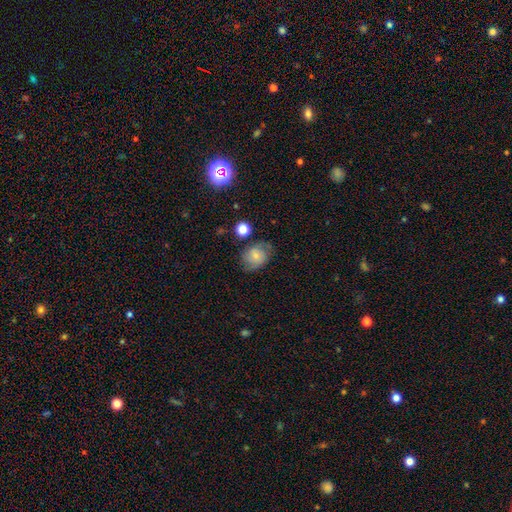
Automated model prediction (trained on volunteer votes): The model was most divided on "how rounded": round: 54%, in between: 45%, cigar-shaped: 1%. More confident: merging — none (67%); smooth or featured — smooth (64%).